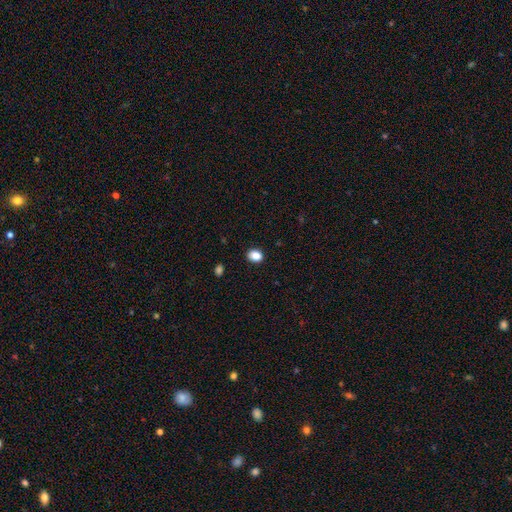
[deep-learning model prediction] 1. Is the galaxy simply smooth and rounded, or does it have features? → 87% smooth, 9% star or artifact, 3% featured or disk.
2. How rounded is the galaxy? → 56% in between, 43% round, 1% cigar-shaped.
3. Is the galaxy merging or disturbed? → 90% none, 7% minor disturbance, 2% major disturbance, 1% merger.